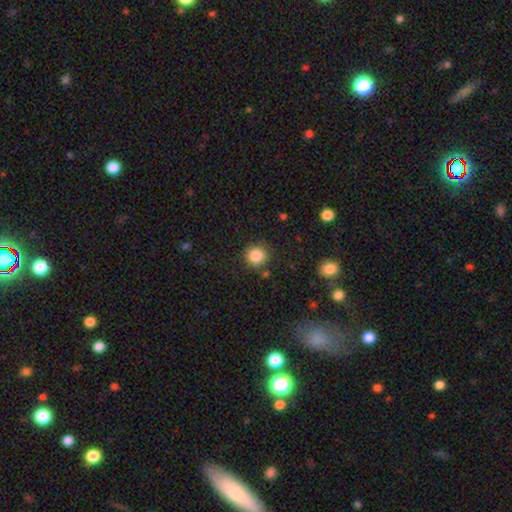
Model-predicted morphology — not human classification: smooth 85%, star or artifact 10%, featured or disk 4%. Down the decision tree: how rounded — round (93%); merging — none (87%).